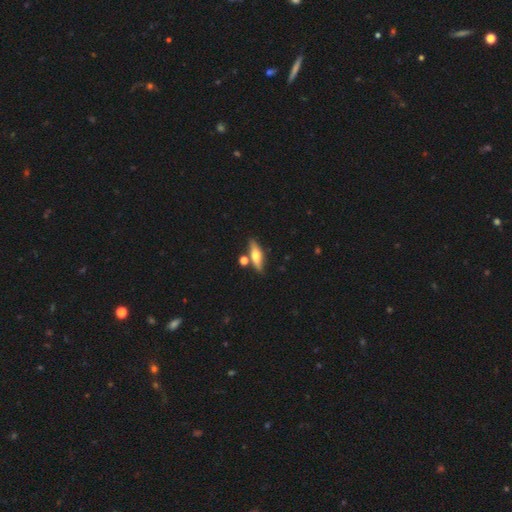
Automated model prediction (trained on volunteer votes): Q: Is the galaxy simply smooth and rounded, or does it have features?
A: smooth — 49%.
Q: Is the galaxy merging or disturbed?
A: none — 74%.